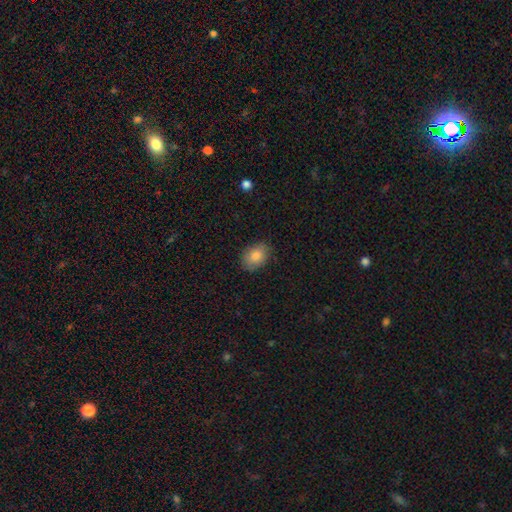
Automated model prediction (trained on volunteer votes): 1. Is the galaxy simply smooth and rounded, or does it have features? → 84% smooth, 8% featured or disk, 8% star or artifact.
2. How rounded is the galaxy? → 77% in between, 22% round, 1% cigar-shaped.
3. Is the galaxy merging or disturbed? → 84% none, 12% minor disturbance, 3% major disturbance, 1% merger.